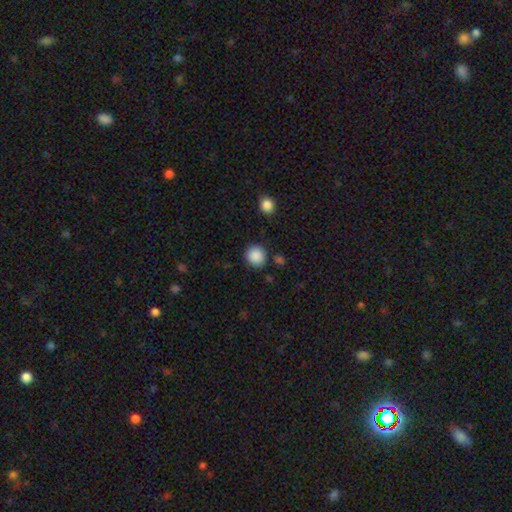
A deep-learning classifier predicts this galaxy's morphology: This is clearly a smooth galaxy (88%). How rounded: clearly round (90%). Merging: clearly none (86%).